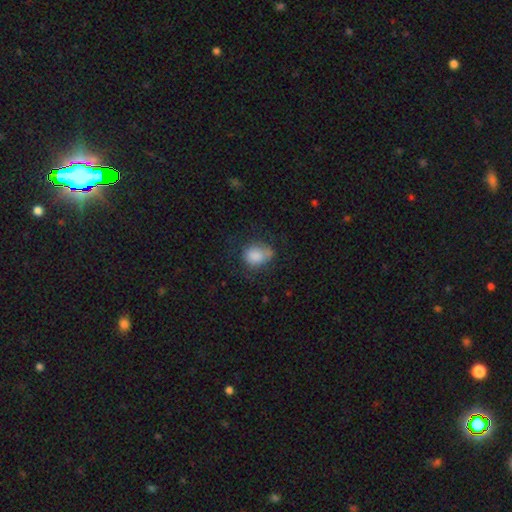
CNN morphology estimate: This appears to be a smooth galaxy with no disk features (81%) that is round (55%). Merging: none (50%).